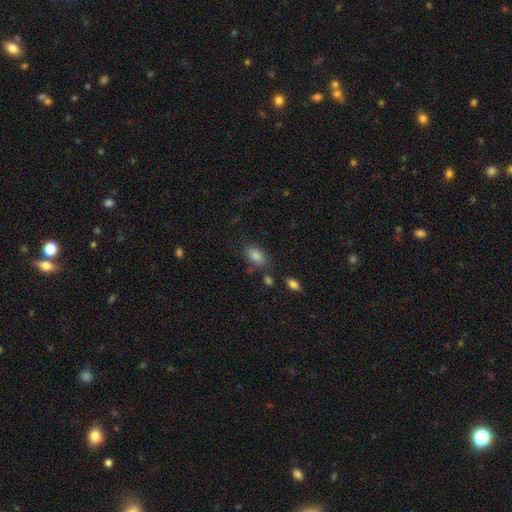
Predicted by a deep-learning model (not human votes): smooth 83%, star or artifact 9%, featured or disk 7%. Down the decision tree: how rounded — in between (89%); merging — none (75%).